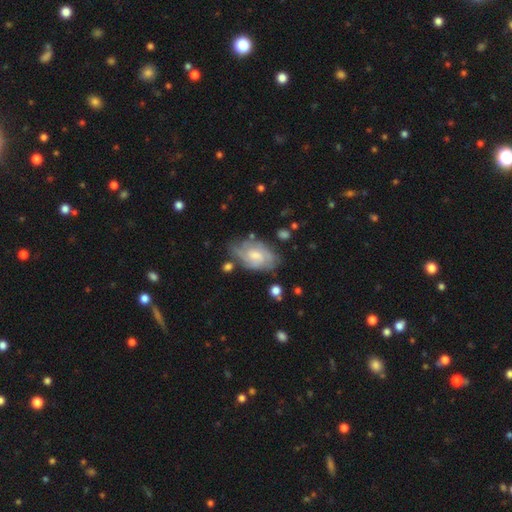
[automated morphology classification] smooth_or_featured: featured or disk (p=0.68) [alt: smooth p=0.26]
disk_edge_on: no (p=0.96) [alt: yes p=0.04]
bar: no (p=0.57) [alt: weak p=0.38]
has_spiral_arms: yes (p=0.88) [alt: no p=0.12]
spiral_winding: tight (p=0.49) [alt: medium p=0.38]
spiral_arm_count: can't tell (p=0.41) [alt: 2 p=0.28]
bulge_size: moderate (p=0.47) [alt: small p=0.31]
merging: none (p=0.63) [alt: minor disturbance p=0.24]